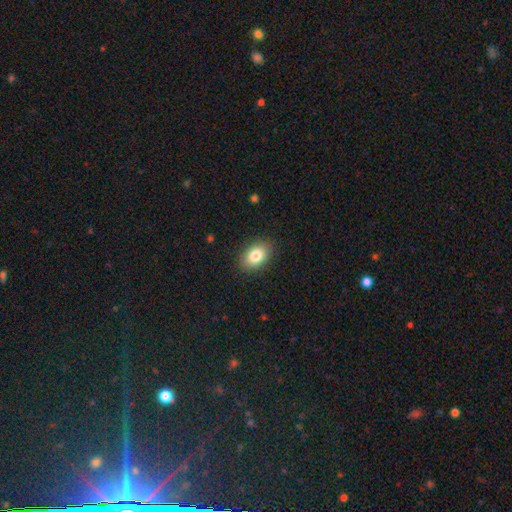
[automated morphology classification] Overall: smooth (83%). How rounded: in between (86%). Merging: none (88%).